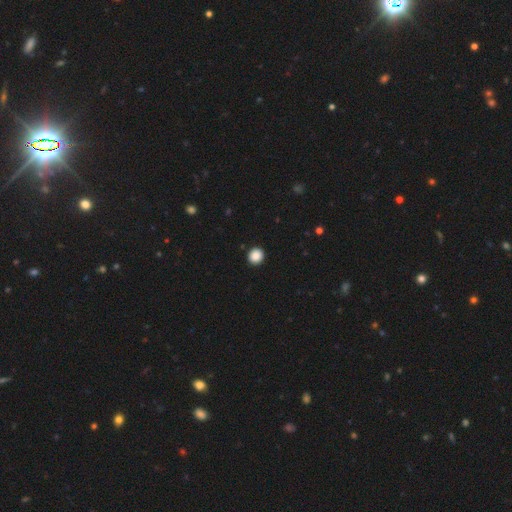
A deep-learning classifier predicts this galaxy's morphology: Overall: smooth (88%). How rounded: round (90%). Merging: none (93%).